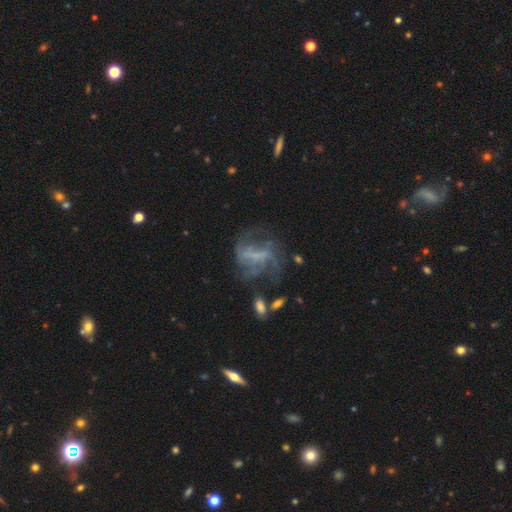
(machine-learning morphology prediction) Smooth or featured? featured or disk (66%)
Edge-on disk? no (96%)
Bar? no (40%)
Spiral arms? yes (65%)
Bulge size? none (66%)
Merging? none (42%)